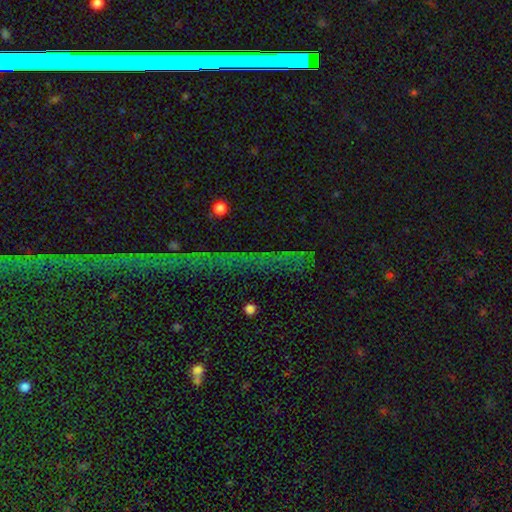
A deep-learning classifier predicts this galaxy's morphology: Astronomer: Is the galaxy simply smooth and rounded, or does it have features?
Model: star or artifact — 81%.